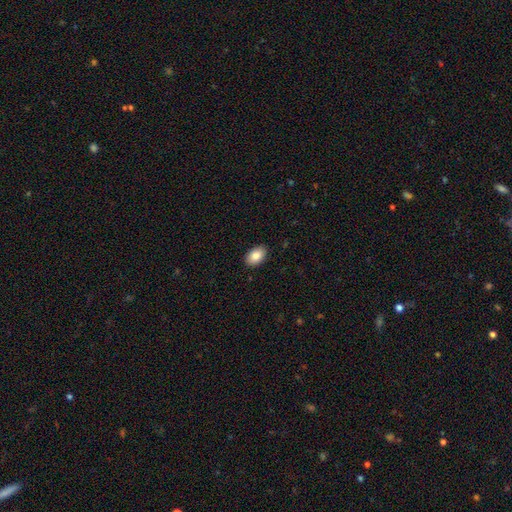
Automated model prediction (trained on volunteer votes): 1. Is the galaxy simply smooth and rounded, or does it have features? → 87% smooth, 7% star or artifact, 6% featured or disk.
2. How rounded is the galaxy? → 91% in between, 8% round, 1% cigar-shaped.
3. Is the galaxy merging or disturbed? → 89% none, 8% minor disturbance, 2% major disturbance, 1% merger.